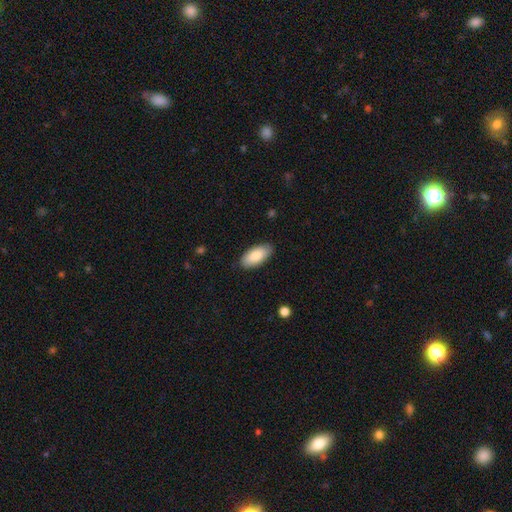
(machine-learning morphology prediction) Smooth or featured? smooth (85%)
How rounded? in between (92%)
Merging? none (87%)